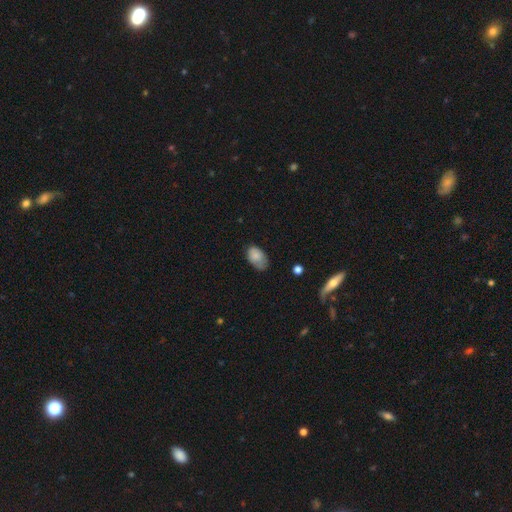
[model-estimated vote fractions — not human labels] This appears to be a smooth galaxy with no disk features (81%) that is in between round and cigar-shaped (89%). Merging: none (53%).